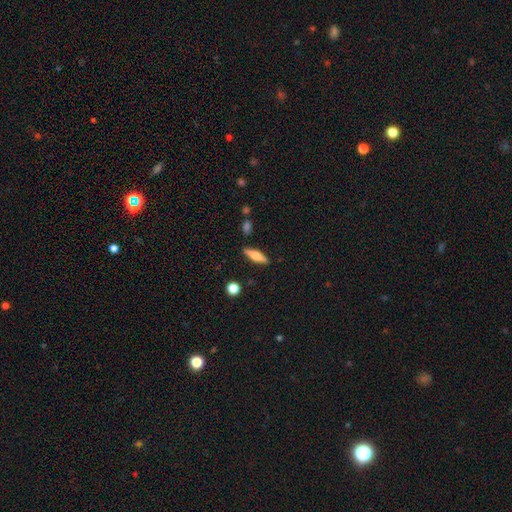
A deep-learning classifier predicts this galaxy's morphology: smooth-or-featured: smooth: 52% | featured or disk: 42% | star or artifact: 7%
  how-rounded: cigar-shaped: 62% | in between: 35% | round: 3%
  merging: none: 87% | minor disturbance: 9% | merger: 2% | major disturbance: 2%